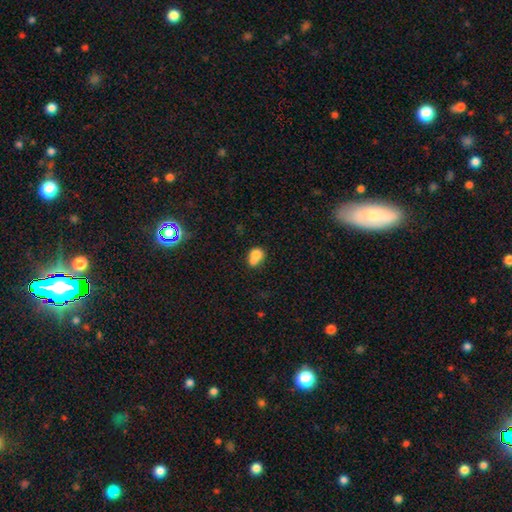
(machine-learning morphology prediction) smooth 74%, featured or disk 15%, star or artifact 11%. Down the decision tree: how rounded — round (50%); merging — merger (53%).